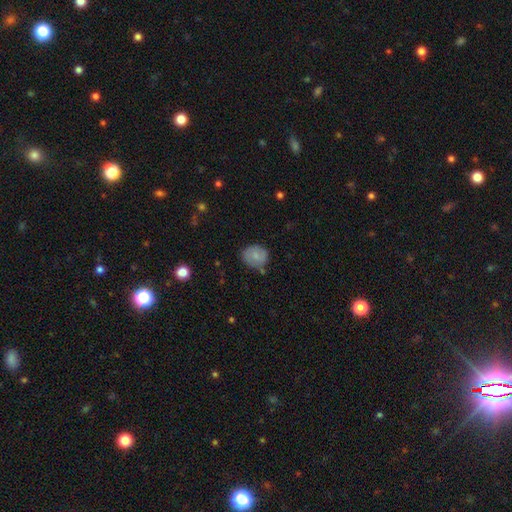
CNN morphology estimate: Smooth or featured? smooth (80%)
How rounded? round (61%)
Merging? none (69%)